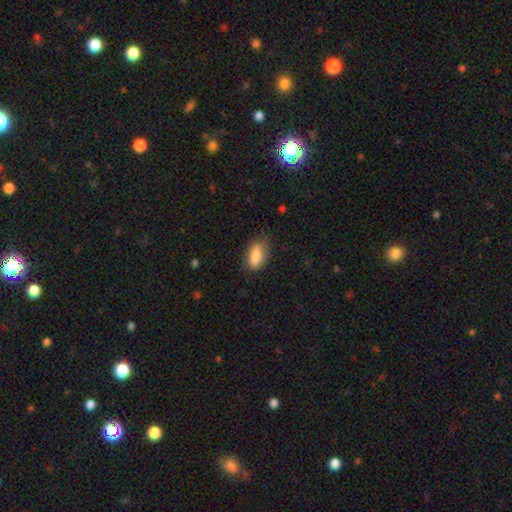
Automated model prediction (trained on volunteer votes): smooth_or_featured: smooth (p=0.80) [alt: featured or disk p=0.13]
how_rounded: in between (p=0.87) [alt: cigar-shaped p=0.09]
merging: none (p=0.71) [alt: minor disturbance p=0.22]